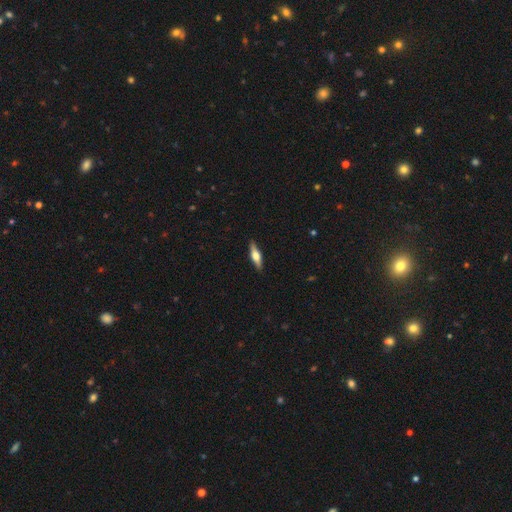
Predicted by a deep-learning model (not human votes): Overall: featured or disk (51%; smooth 43%). Edge-on disk: yes (94%). Merging: none (89%).